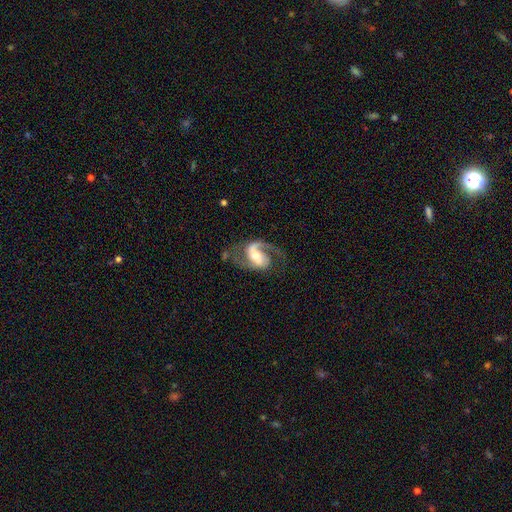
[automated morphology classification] Smooth or featured? featured or disk (88%)
Edge-on disk? no (98%)
Bar? weak (43%)
Spiral arms? yes (96%)
Spiral winding? medium (52%)
Spiral arm count? 2 (80%)
Bulge size? moderate (56%)
Merging? none (61%)